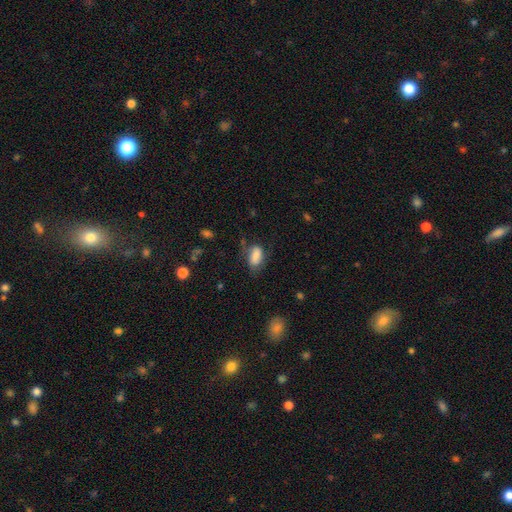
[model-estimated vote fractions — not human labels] smooth 79%, featured or disk 14%, star or artifact 8%. Down the decision tree: how rounded — in between (90%); merging — none (54%).